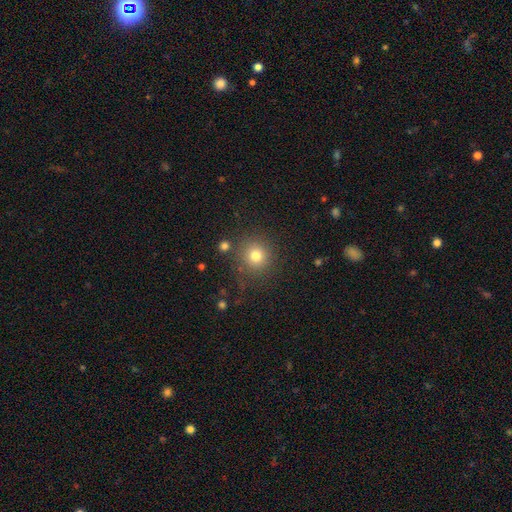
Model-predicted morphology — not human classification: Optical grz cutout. It shows a smooth galaxy with no disk features (78%) that is round (93%). Merging: none (83%).